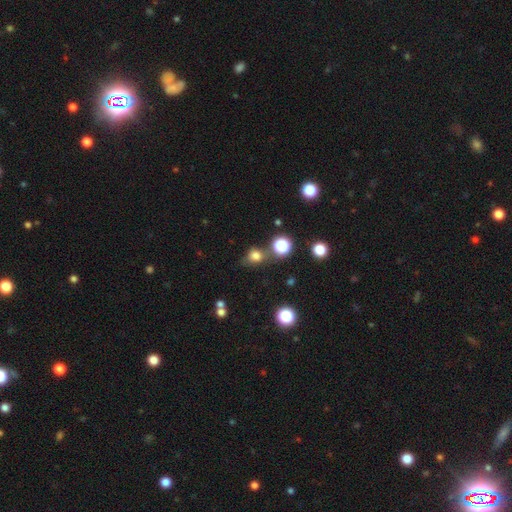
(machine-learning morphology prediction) Q: Smooth or featured?
A: smooth (74%); runner-up: star or artifact (18%)
Q: How rounded?
A: round (65%); runner-up: in between (34%)
Q: Merging?
A: none (63%); runner-up: minor disturbance (18%)